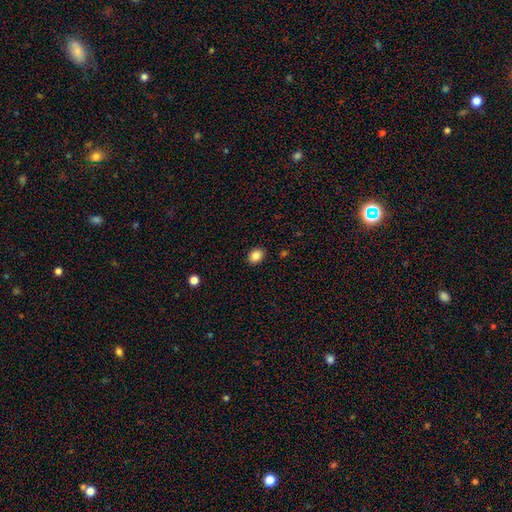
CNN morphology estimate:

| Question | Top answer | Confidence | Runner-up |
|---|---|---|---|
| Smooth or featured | smooth | 86% | star or artifact (10%) |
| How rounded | in between | 55% | round (44%) |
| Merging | none | 90% | minor disturbance (7%) |